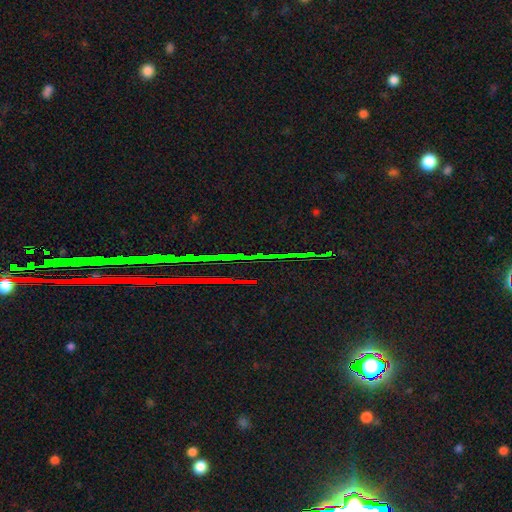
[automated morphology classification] This is clearly a star or artifact rather than a galaxy (86%).